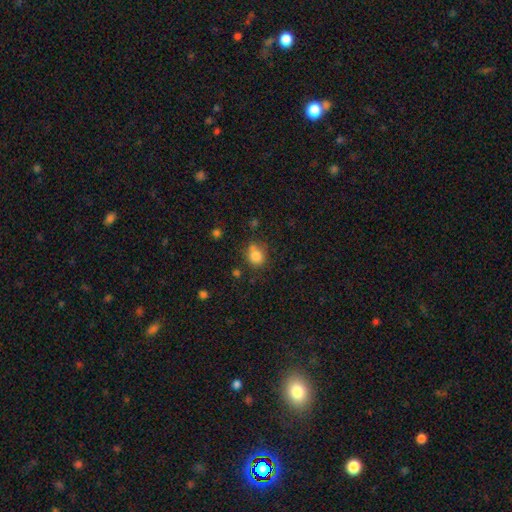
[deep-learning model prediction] A smooth galaxy with no disk features (82%) that is round (72%). Merging: none (60%).